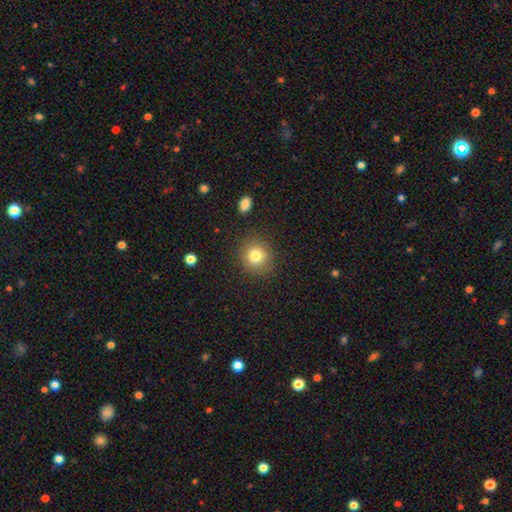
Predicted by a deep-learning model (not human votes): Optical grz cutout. It shows a smooth galaxy with no disk features (81%) that is round (86%). Merging: none (87%).